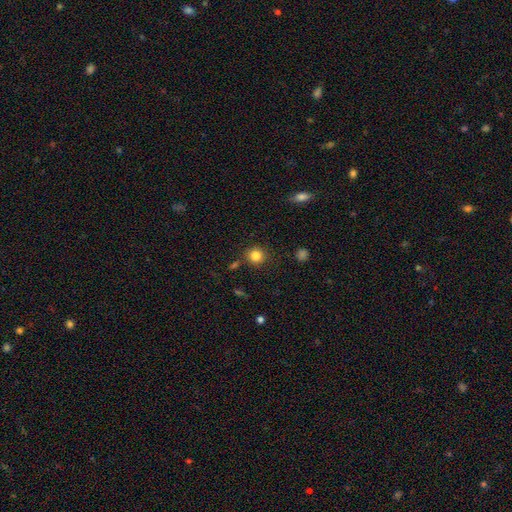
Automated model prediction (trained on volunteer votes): This is clearly a smooth galaxy (84%). How rounded: clearly round (90%). Merging: clearly none (85%).